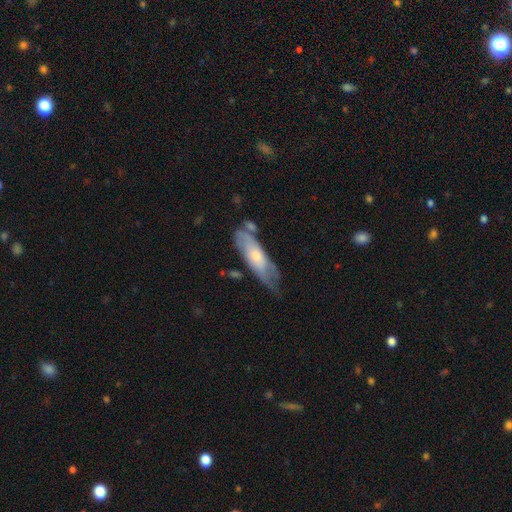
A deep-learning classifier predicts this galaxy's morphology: Overall: featured or disk (51%; smooth 43%). Edge-on disk: no (67%; yes 33%). Merging: none (50%; minor disturbance 30%).